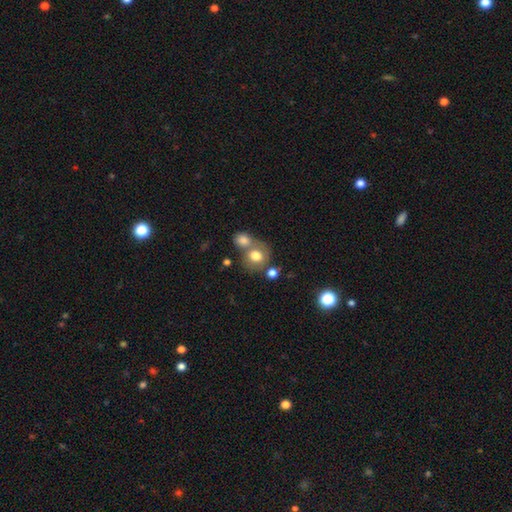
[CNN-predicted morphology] This appears to be a smooth galaxy with no disk features (73%) that is round (70%). Merging: merger (44%).